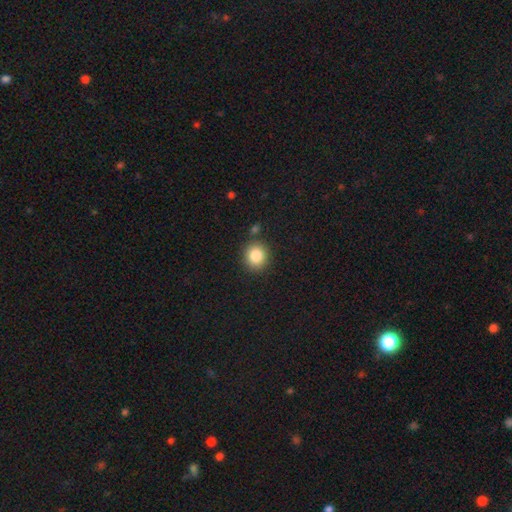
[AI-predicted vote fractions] Smooth or featured? Predicted: smooth (p=0.85). How rounded? Predicted: round (p=0.84). Merging? Predicted: none (p=0.84).